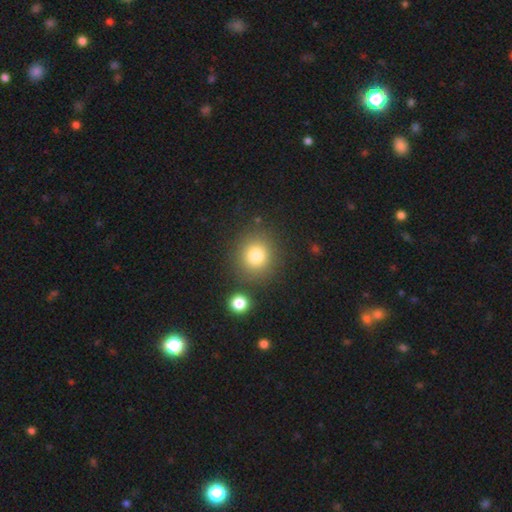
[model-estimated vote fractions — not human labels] Smooth or featured? Predicted: smooth (p=0.80). How rounded? Predicted: round (p=0.88). Merging? Predicted: none (p=0.81).